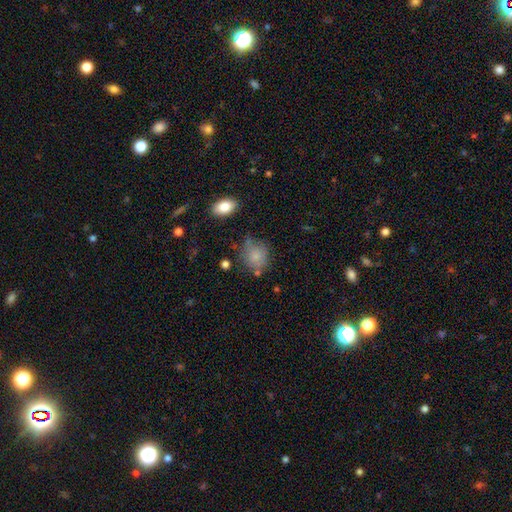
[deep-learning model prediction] Smooth or featured?
  - smooth: 80% *
  - featured or disk: 10%
  - star or artifact: 10%
How rounded?
  - round: 63% *
  - in between: 36%
  - cigar-shaped: 1%
Merging?
  - none: 61% *
  - minor disturbance: 23%
  - major disturbance: 8%
  - merger: 8%